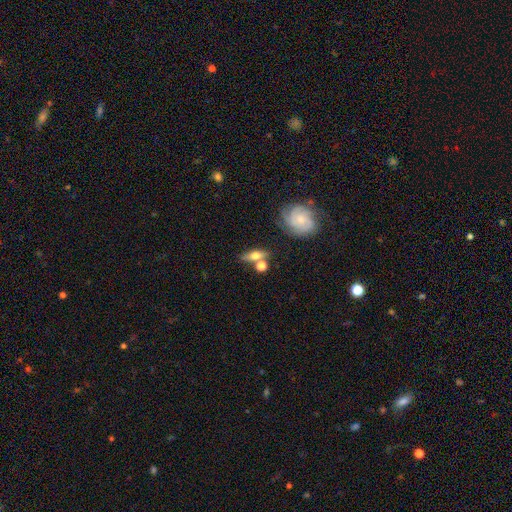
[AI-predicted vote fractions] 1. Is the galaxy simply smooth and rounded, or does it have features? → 47% smooth, 44% featured or disk, 10% star or artifact.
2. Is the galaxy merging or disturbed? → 64% none, 19% merger, 13% minor disturbance, 5% major disturbance.